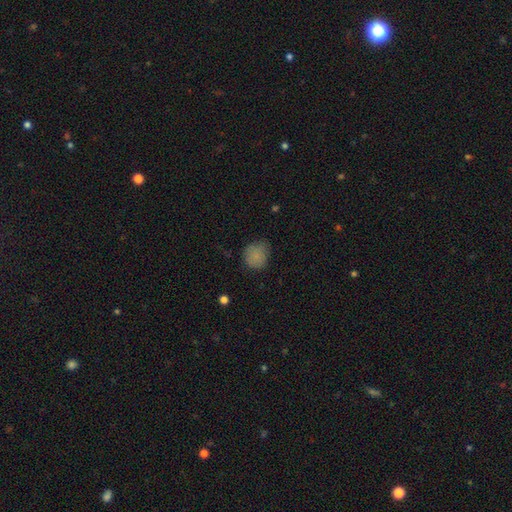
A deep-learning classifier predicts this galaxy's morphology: Smooth or featured? smooth (82%)
How rounded? round (82%)
Merging? none (65%)